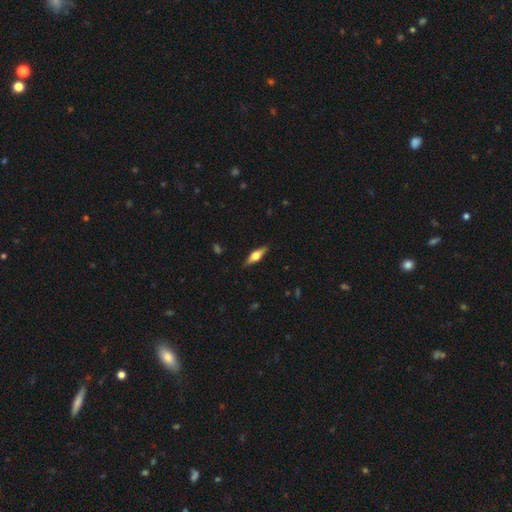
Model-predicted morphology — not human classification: Smooth or featured? featured or disk (52%)
Edge-on disk? yes (93%)
Merging? none (88%)